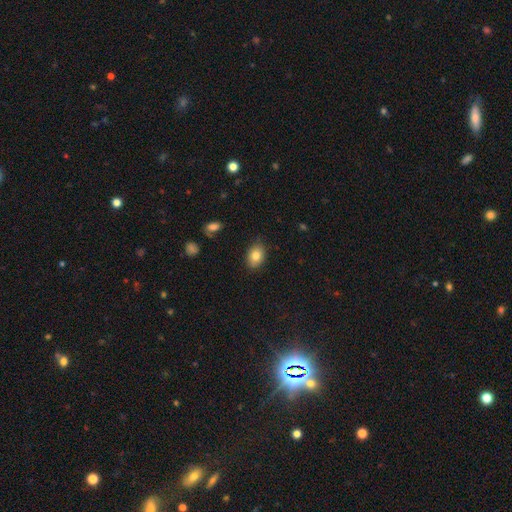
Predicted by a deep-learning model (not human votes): Smooth or featured? smooth (82%)
How rounded? in between (76%)
Merging? none (83%)